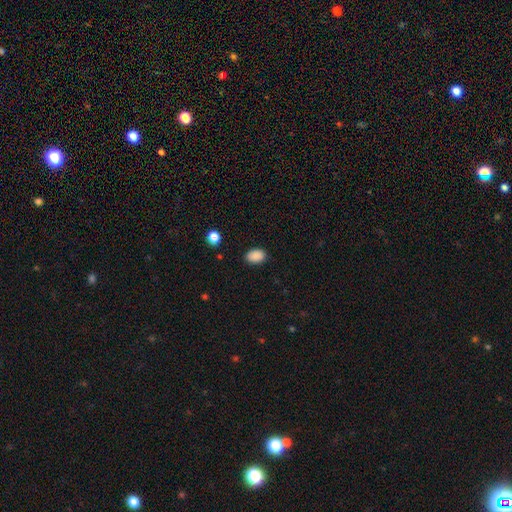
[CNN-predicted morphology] smooth-or-featured: smooth: 89% | star or artifact: 9% | featured or disk: 3%
  how-rounded: in between: 82% | round: 16% | cigar-shaped: 1%
  merging: none: 86% | minor disturbance: 11% | major disturbance: 2% | merger: 1%